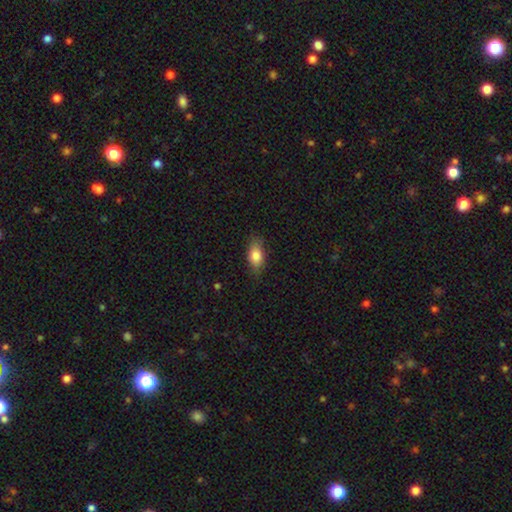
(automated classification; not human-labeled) A smooth galaxy with no disk features (81%) that is in between round and cigar-shaped (85%). Merging: none (78%).